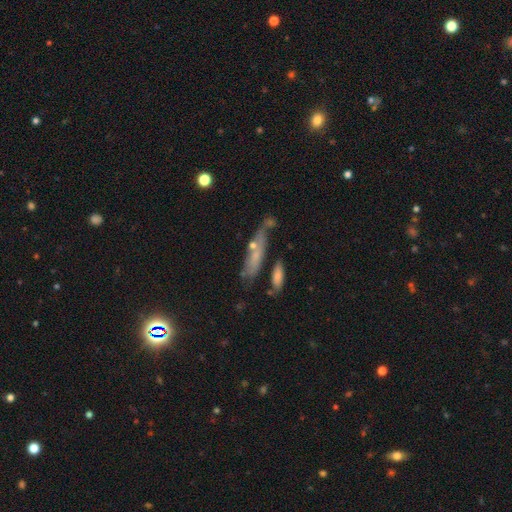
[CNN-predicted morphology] smooth 43%, featured or disk 42%, star or artifact 15%. Down the decision tree: merging — none (48%).